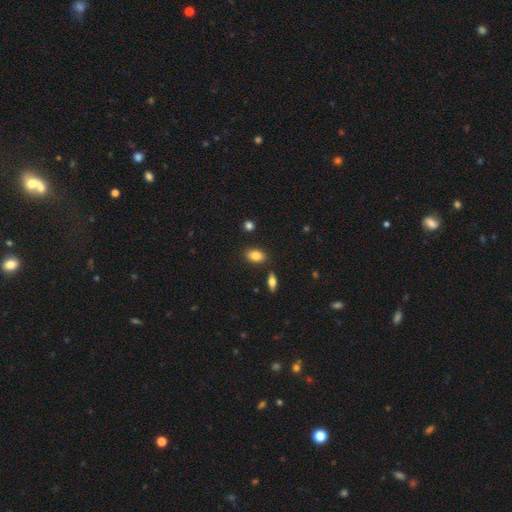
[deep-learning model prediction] smooth-or-featured: smooth: 84% | featured or disk: 9% | star or artifact: 8%
  how-rounded: in between: 87% | round: 10% | cigar-shaped: 3%
  merging: none: 84% | minor disturbance: 9% | merger: 4% | major disturbance: 2%